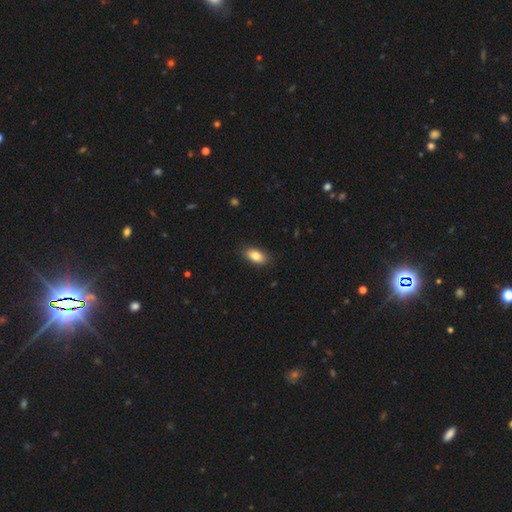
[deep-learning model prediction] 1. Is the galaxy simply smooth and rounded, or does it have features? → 84% smooth, 9% featured or disk, 7% star or artifact.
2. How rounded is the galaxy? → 90% in between, 5% cigar-shaped, 5% round.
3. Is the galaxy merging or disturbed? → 88% none, 9% minor disturbance, 2% major disturbance, 1% merger.